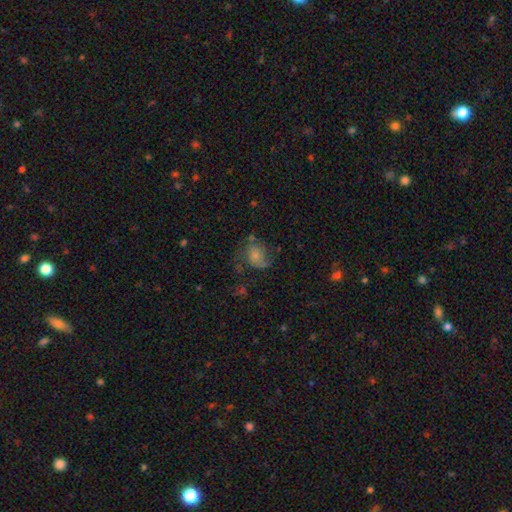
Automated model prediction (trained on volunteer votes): A smooth galaxy with no disk features (51%) that is in between round and cigar-shaped (50%). Merging: none (41%).